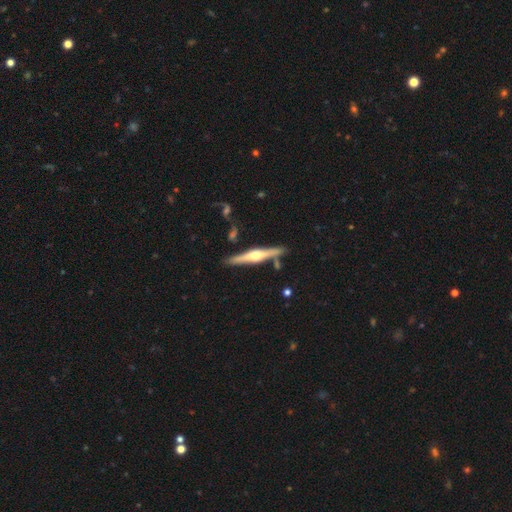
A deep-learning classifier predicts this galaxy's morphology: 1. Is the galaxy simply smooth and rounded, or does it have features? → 73% featured or disk, 22% smooth, 5% star or artifact.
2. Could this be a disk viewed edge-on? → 97% yes, 3% no.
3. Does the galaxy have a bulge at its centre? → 92% rounded, 5% boxy, 3% none.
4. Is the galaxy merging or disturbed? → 84% none, 9% minor disturbance, 5% merger, 2% major disturbance.